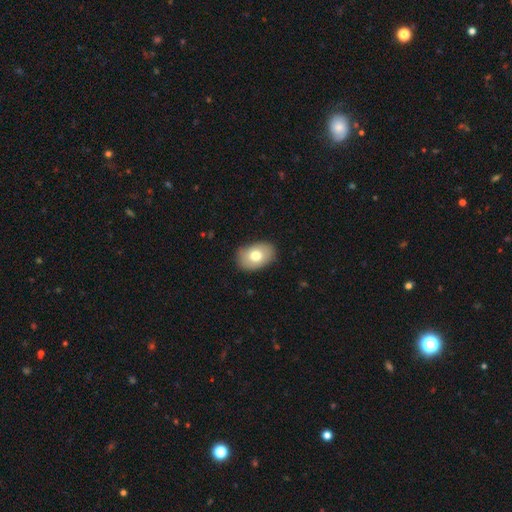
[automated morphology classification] The model was most divided on "smooth or featured": smooth: 74%, featured or disk: 19%, star or artifact: 7%. More confident: how rounded — in between (85%); merging — none (85%).